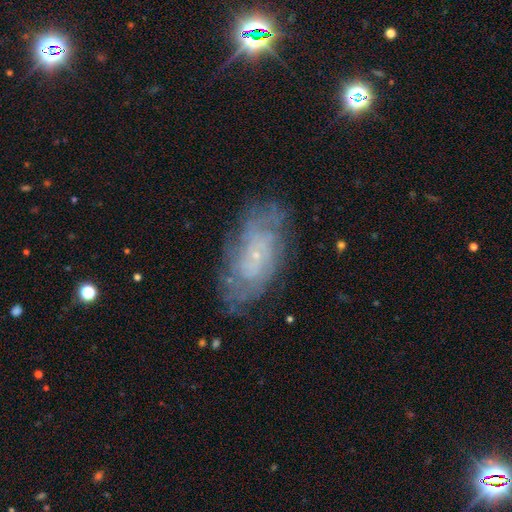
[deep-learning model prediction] Smooth or featured? featured or disk (73%)
Edge-on disk? no (93%)
Bar? no (76%)
Spiral arms? yes (85%)
Spiral winding? tight (63%)
Spiral arm count? can't tell (56%)
Bulge size? small (84%)
Merging? none (73%)